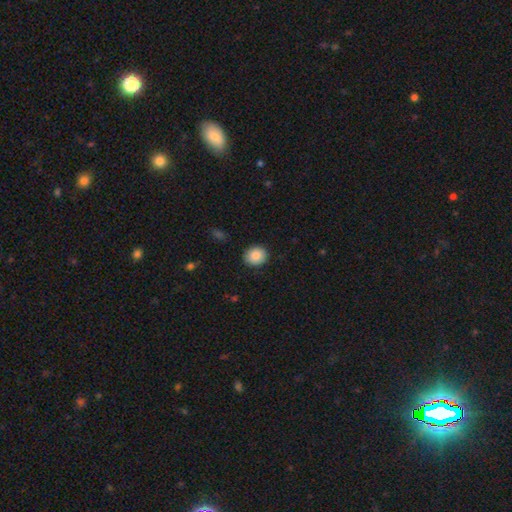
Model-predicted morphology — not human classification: Q: Smooth or featured?
A: smooth (88%); runner-up: star or artifact (8%)
Q: How rounded?
A: round (72%); runner-up: in between (27%)
Q: Merging?
A: none (90%); runner-up: minor disturbance (7%)